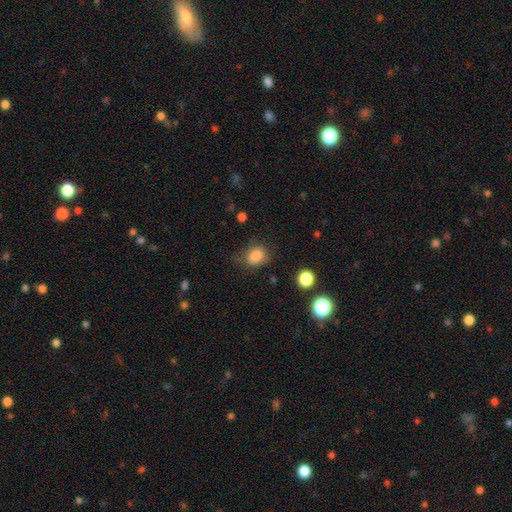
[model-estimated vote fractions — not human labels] smooth 84%, star or artifact 11%, featured or disk 6%. Down the decision tree: how rounded — round (53%); merging — none (71%).